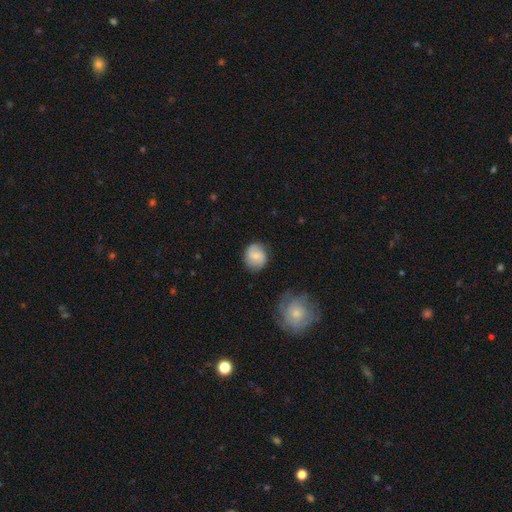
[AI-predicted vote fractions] The model was most divided on "smooth or featured": smooth: 55%, featured or disk: 37%, star or artifact: 8%. More confident: how rounded — round (81%); merging — none (80%).